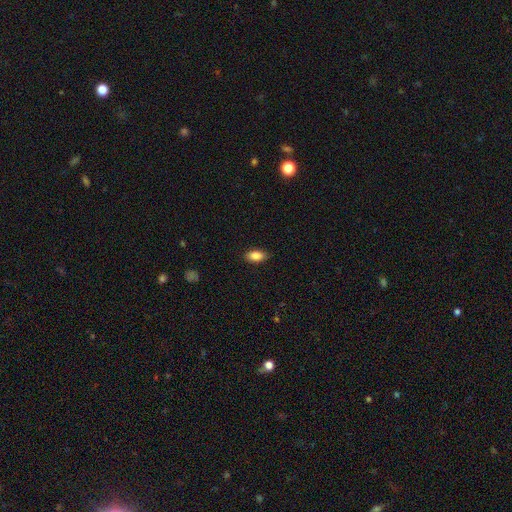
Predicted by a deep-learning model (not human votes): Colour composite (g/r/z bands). It shows a smooth galaxy with no disk features (87%) that is in between round and cigar-shaped (91%). Merging: none (85%).